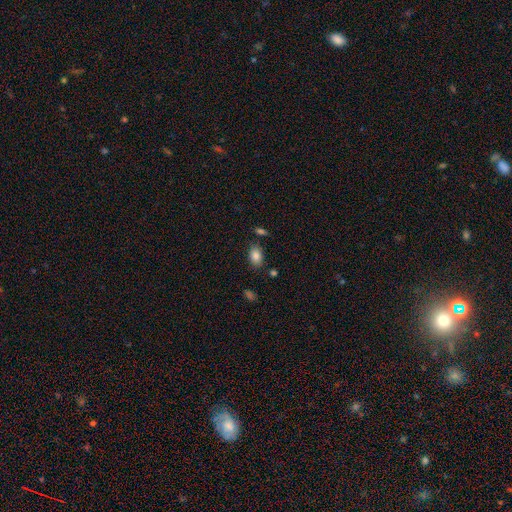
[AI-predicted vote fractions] This appears to be a smooth galaxy with no disk features (86%) that is in between round and cigar-shaped (86%). Merging: none (80%).